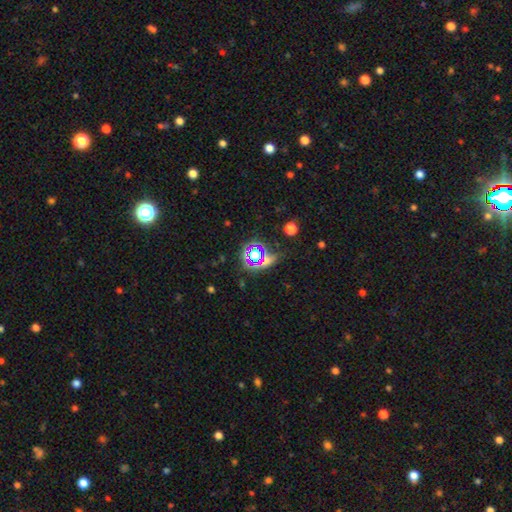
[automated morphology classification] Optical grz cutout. It shows a star or artifact, not a galaxy (63%).